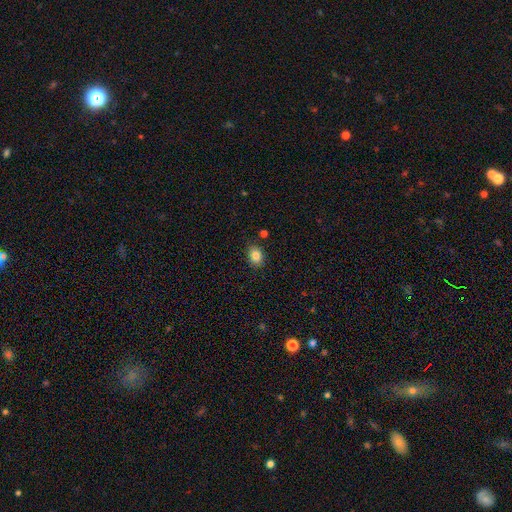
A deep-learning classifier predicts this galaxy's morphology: type=smooth (85%); roundness=in between (69%); merging=none (84%).